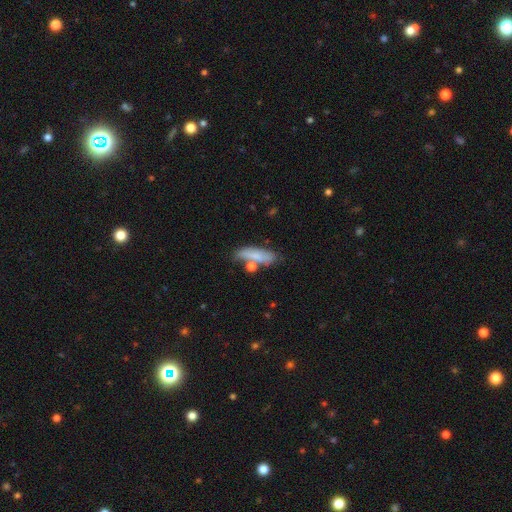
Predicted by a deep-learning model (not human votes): Smooth or featured? Predicted: smooth (p=0.74). How rounded? Predicted: cigar-shaped (p=0.51). Merging? Predicted: none (p=0.58).